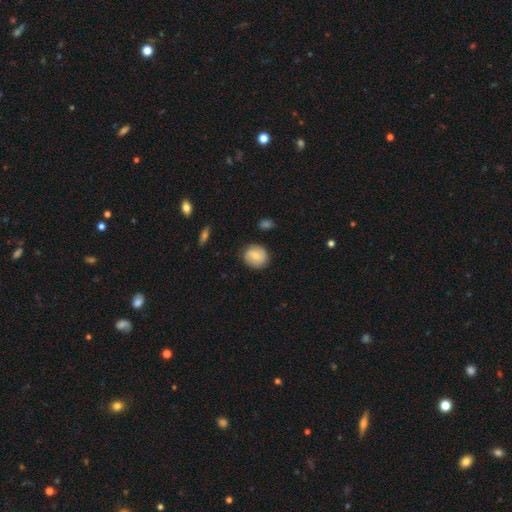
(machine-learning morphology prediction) Smooth or featured? smooth (69%)
How rounded? round (82%)
Merging? none (84%)